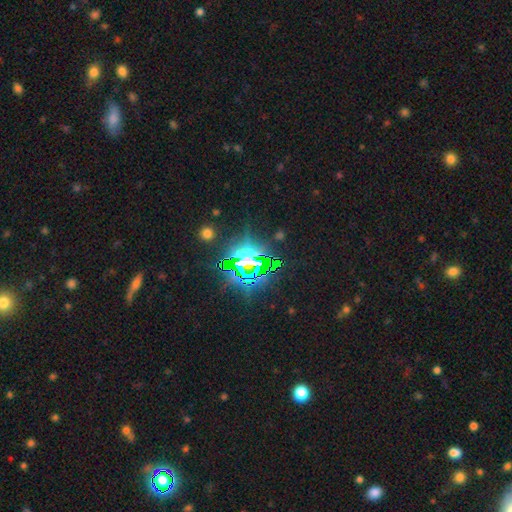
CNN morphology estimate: A star or artifact, not a galaxy (81%).

Vote fractions:
- Smooth or featured? star or artifact: 81% / smooth: 11% / featured or disk: 8%